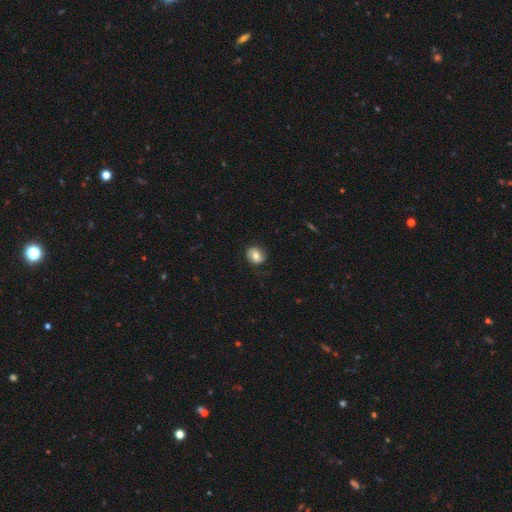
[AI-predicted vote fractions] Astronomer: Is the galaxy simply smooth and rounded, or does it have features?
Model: smooth — 63%.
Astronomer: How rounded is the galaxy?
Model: round — 59% (runner-up: in between, 40%).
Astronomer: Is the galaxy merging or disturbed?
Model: none — 76%.